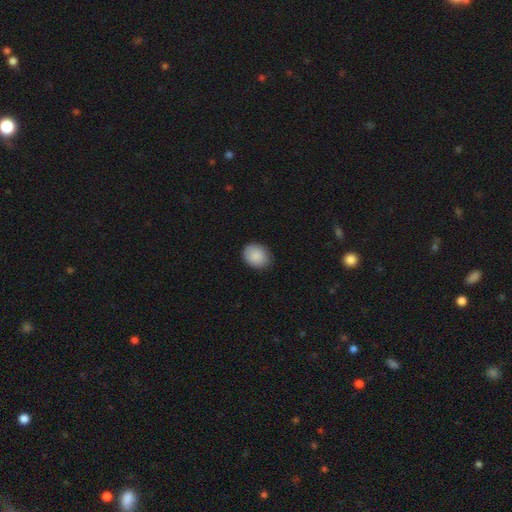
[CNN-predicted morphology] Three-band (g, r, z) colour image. It shows a smooth galaxy with no disk features (89%) that is in between round and cigar-shaped (50%, tied with round). Merging: none (84%).